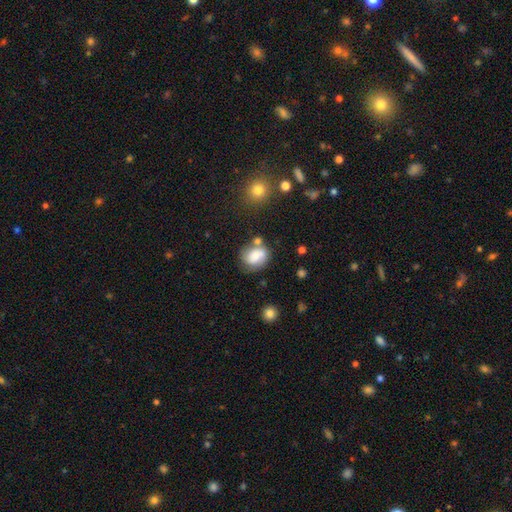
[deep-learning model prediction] Morphology: type=smooth (67%); roundness=in between (50%); merging=none (50%).